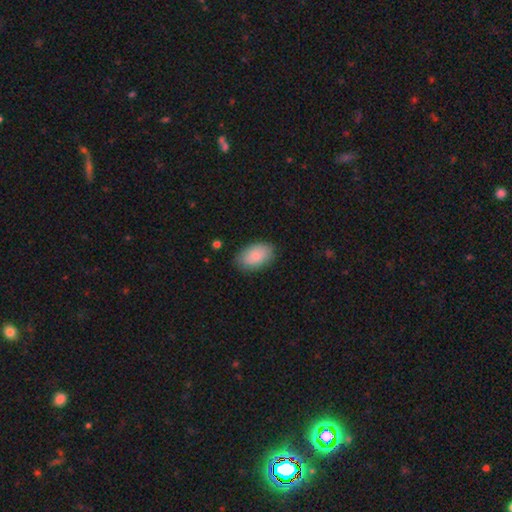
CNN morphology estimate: Smooth or featured? Predicted: smooth (p=0.89). How rounded? Predicted: in between (p=0.93). Merging? Predicted: none (p=0.83).